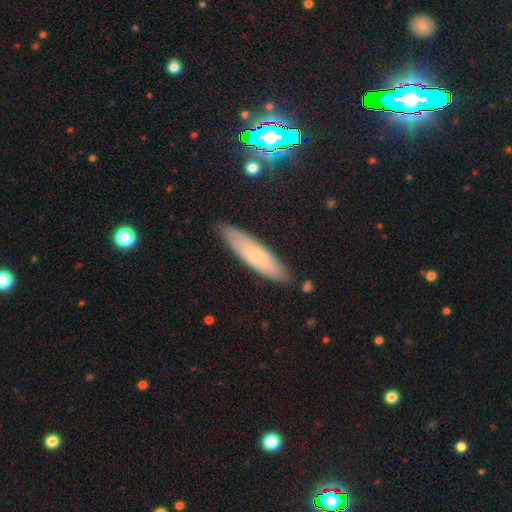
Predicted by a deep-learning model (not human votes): smooth 54%, featured or disk 38%, star or artifact 8%. Down the decision tree: how rounded — cigar-shaped (73%); merging — none (84%).